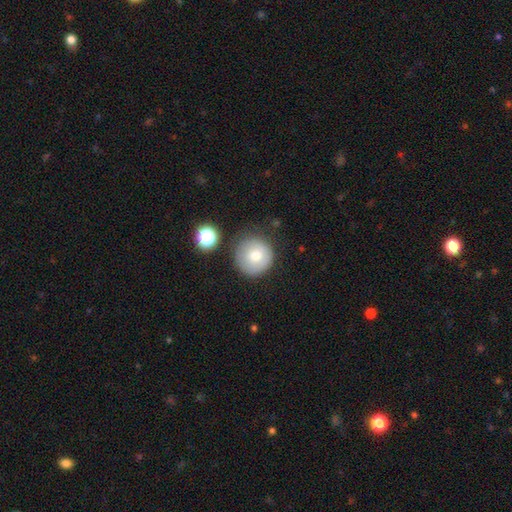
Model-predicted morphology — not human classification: Smooth or featured: smooth — 74% (featured or disk — 16%)
How rounded: round — 95% (in between — 4%)
Merging: none — 76% (minor disturbance — 15%)